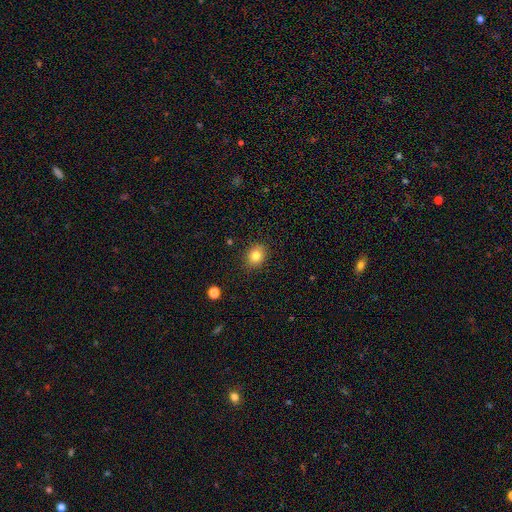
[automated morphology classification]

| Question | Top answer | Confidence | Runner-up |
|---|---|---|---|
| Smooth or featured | smooth | 82% | star or artifact (11%) |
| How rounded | round | 59% | in between (40%) |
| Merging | none | 88% | minor disturbance (9%) |